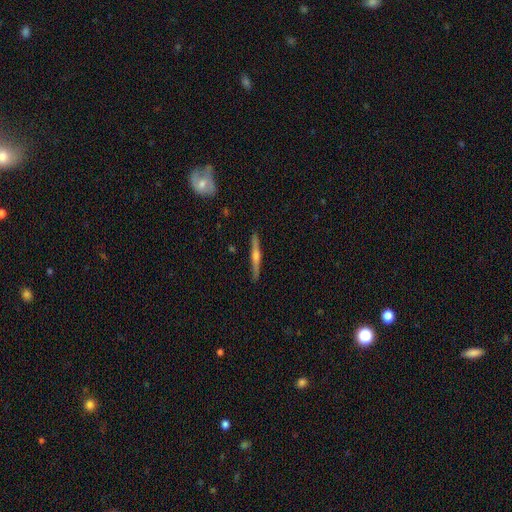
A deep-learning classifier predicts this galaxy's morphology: Smooth or featured: featured or disk — 69% (smooth — 25%)
Edge-on disk: yes — 98% (no — 2%)
Edge-on bulge: rounded — 84% (none — 9%)
Merging: none — 91% (minor disturbance — 7%)